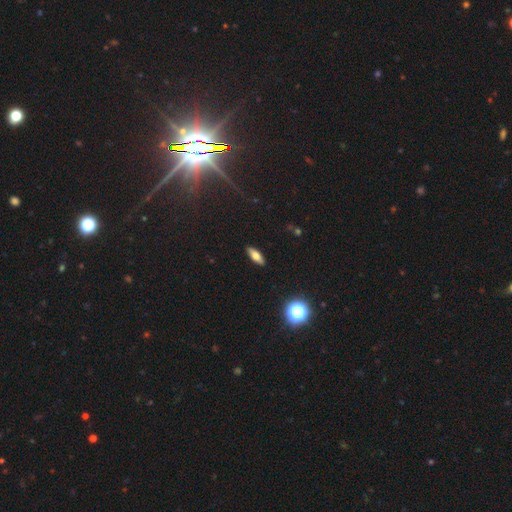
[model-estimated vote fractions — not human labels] A smooth galaxy with no disk features (62%) that is in between round and cigar-shaped (63%).

Vote fractions:
- Smooth or featured? smooth: 62% / featured or disk: 28% / star or artifact: 10%
- How rounded? in between: 63% / cigar-shaped: 33% / round: 4%
- Merging? none: 90% / minor disturbance: 7% / major disturbance: 2% / merger: 1%